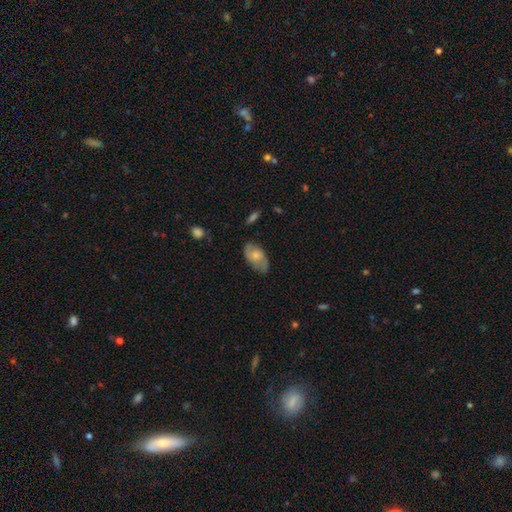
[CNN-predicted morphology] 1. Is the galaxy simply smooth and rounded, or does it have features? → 56% smooth, 38% featured or disk, 6% star or artifact.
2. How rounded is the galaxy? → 92% in between, 5% round, 2% cigar-shaped.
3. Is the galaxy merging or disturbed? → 66% none, 26% minor disturbance, 6% major disturbance, 2% merger.